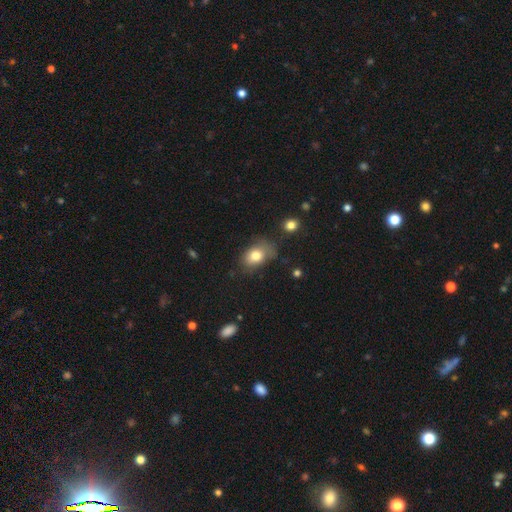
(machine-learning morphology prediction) A smooth galaxy with no disk features (77%) that is in between round and cigar-shaped (77%).

Vote fractions:
- Smooth or featured? smooth: 77% / featured or disk: 13% / star or artifact: 10%
- How rounded? in between: 77% / round: 22% / cigar-shaped: 1%
- Merging? none: 54% / minor disturbance: 30% / major disturbance: 12% / merger: 4%